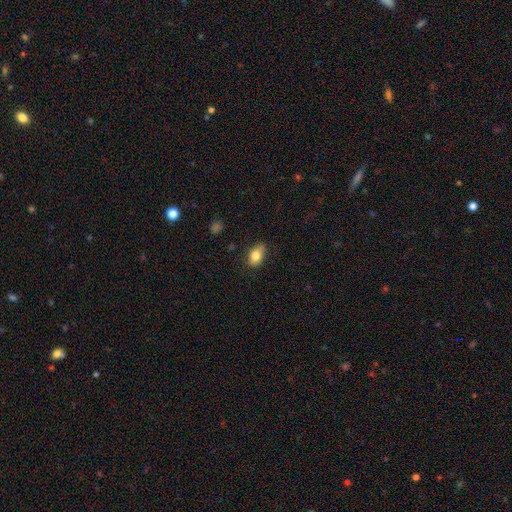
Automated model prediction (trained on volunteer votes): A smooth galaxy with no disk features (81%) that is in between round and cigar-shaped (83%). Merging: none (74%).